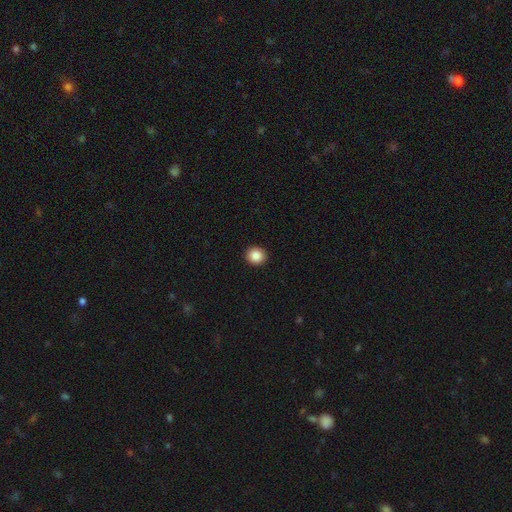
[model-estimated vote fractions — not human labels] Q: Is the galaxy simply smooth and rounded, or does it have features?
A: smooth — 87%.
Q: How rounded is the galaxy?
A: round — 85%.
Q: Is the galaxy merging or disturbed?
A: none — 93%.